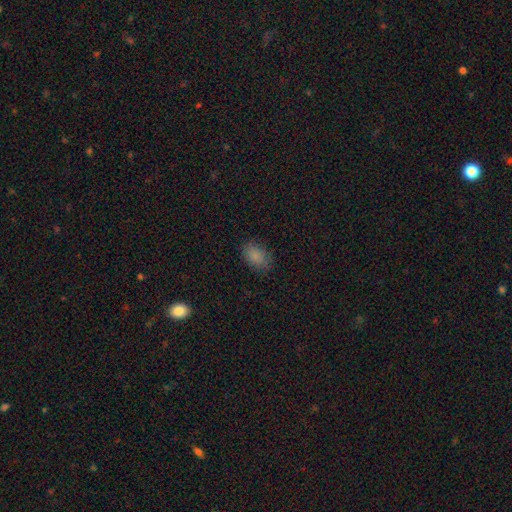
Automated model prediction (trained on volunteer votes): This appears to be a smooth galaxy with no disk features (85%) that is in between round and cigar-shaped (85%). Merging: none (82%).